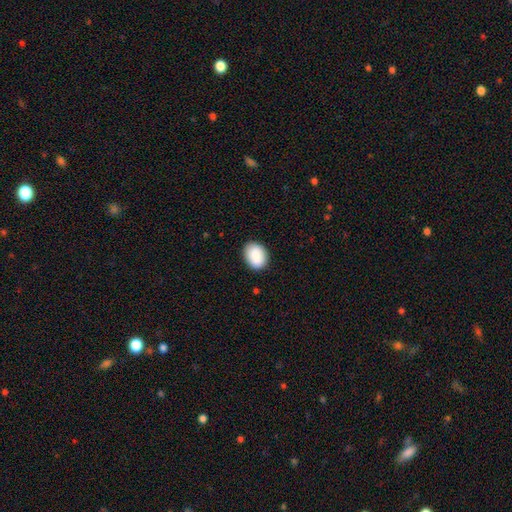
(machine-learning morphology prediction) Smooth or featured: smooth — 90% (star or artifact — 6%)
How rounded: in between — 74% (round — 25%)
Merging: none — 87% (minor disturbance — 10%)